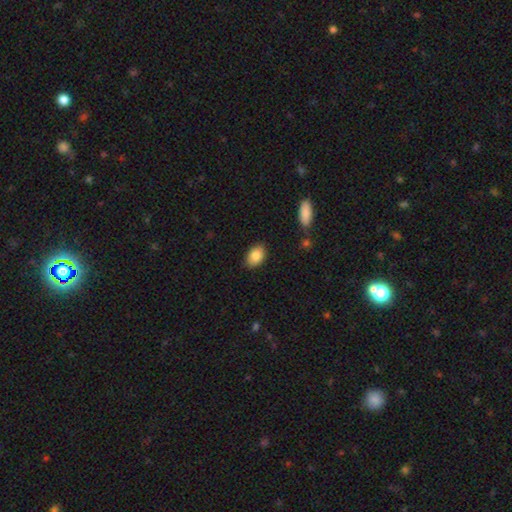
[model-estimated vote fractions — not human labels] Q: Smooth or featured?
A: smooth (84%); runner-up: featured or disk (8%)
Q: How rounded?
A: in between (85%); runner-up: round (13%)
Q: Merging?
A: none (85%); runner-up: minor disturbance (11%)